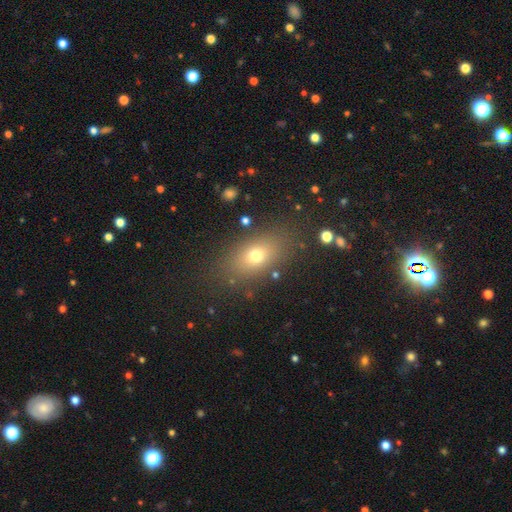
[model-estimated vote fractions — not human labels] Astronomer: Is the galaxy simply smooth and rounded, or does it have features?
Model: smooth — 69%.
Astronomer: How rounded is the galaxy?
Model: in between — 76%.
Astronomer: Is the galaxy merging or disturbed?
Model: none — 83%.